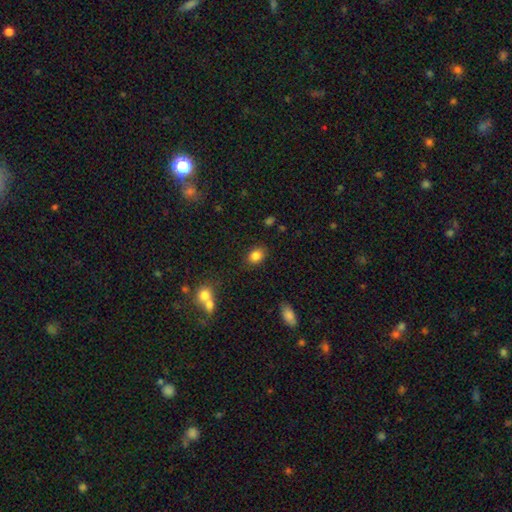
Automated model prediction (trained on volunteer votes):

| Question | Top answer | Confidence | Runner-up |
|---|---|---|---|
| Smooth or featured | smooth | 84% | star or artifact (10%) |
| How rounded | in between | 67% | round (32%) |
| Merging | none | 83% | minor disturbance (11%) |